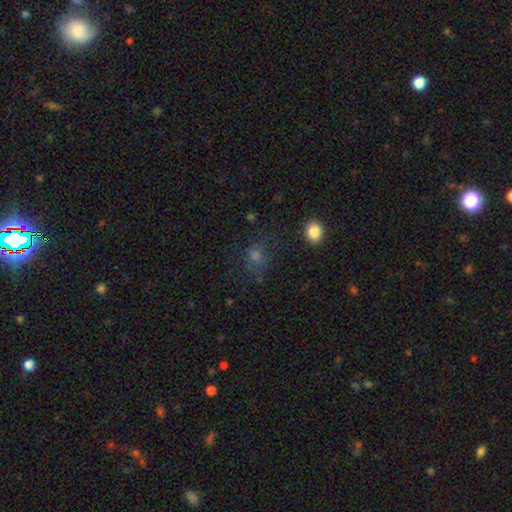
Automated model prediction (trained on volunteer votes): The model was most divided on "smooth or featured": smooth: 61%, star or artifact: 27%, featured or disk: 11%. More confident: merging — none (70%); how rounded — round (70%).